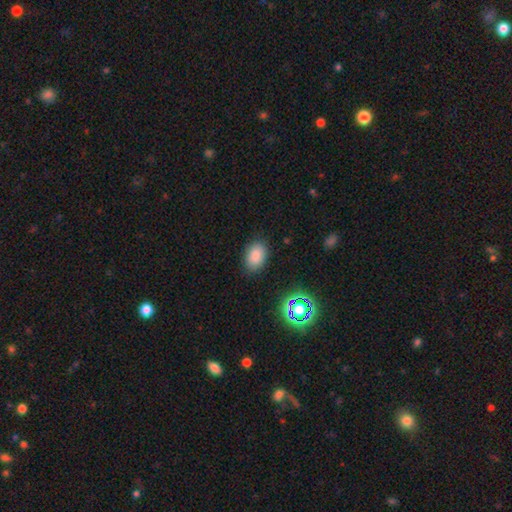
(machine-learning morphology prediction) The model was most divided on "how rounded": in between: 84%, round: 15%, cigar-shaped: 1%. More confident: merging — none (85%); smooth or featured — smooth (83%).